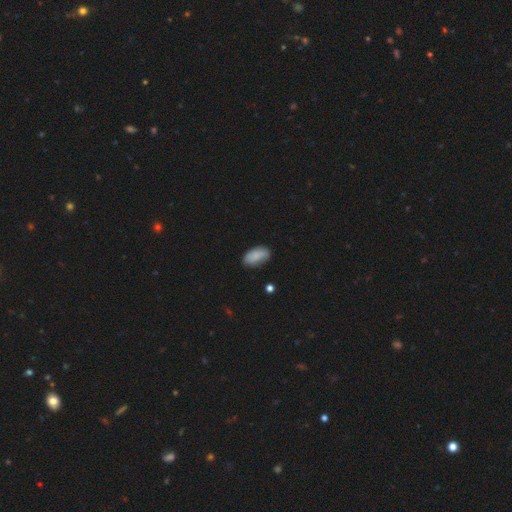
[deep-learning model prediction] Smooth or featured? Predicted: smooth (p=0.86). How rounded? Predicted: in between (p=0.94). Merging? Predicted: none (p=0.77).